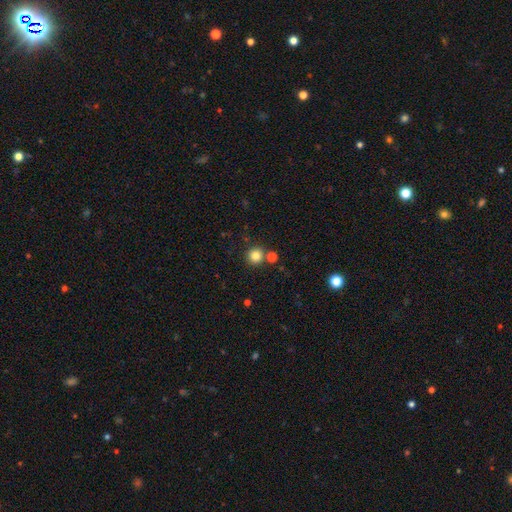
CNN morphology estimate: type=smooth (83%); roundness=round (94%); merging=none (80%).